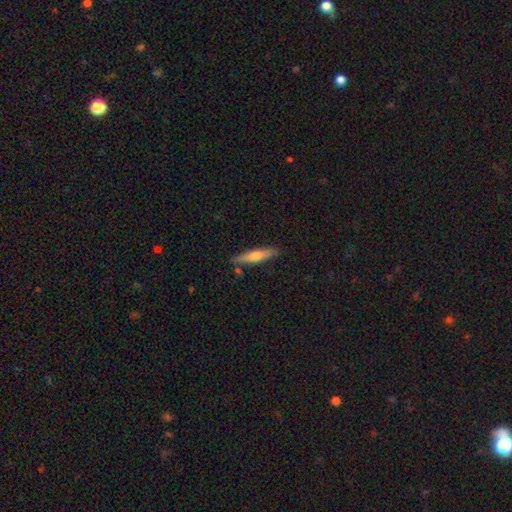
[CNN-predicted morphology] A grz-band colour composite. It shows a smooth galaxy with no disk features (54%) that is cigar-shaped (86%). Merging: none (83%).